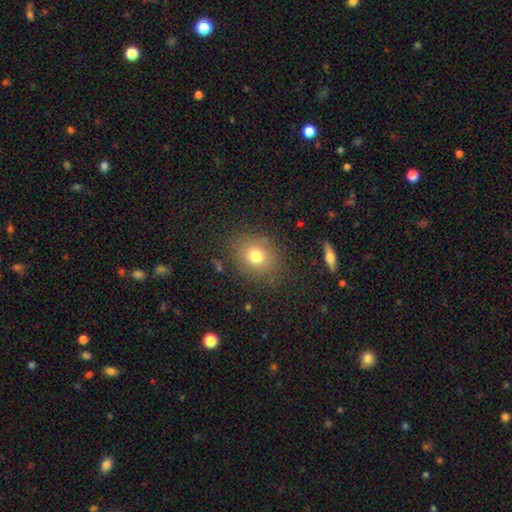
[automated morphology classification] type=smooth (75%); roundness=round (66%); merging=none (83%).